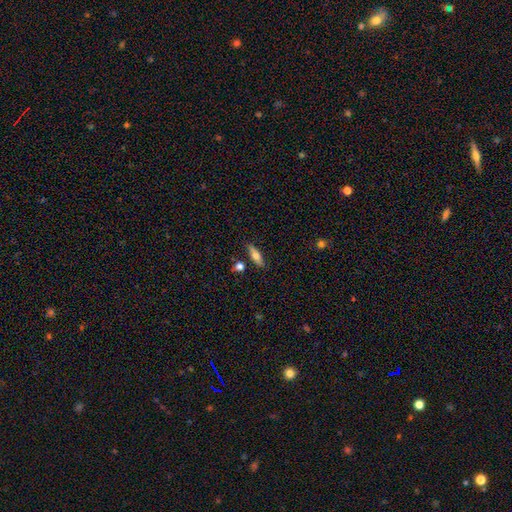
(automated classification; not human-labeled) Smooth or featured? smooth (62%)
How rounded? in between (52%)
Merging? none (80%)